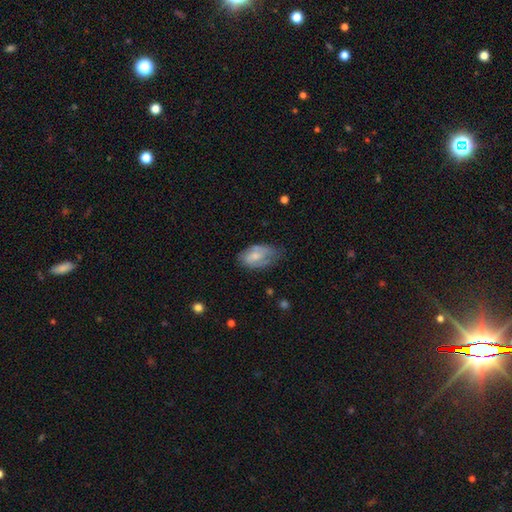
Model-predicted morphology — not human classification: Overall: smooth (52%; featured or disk 42%). How rounded: in between (90%). Merging: none (51%; minor disturbance 33%).